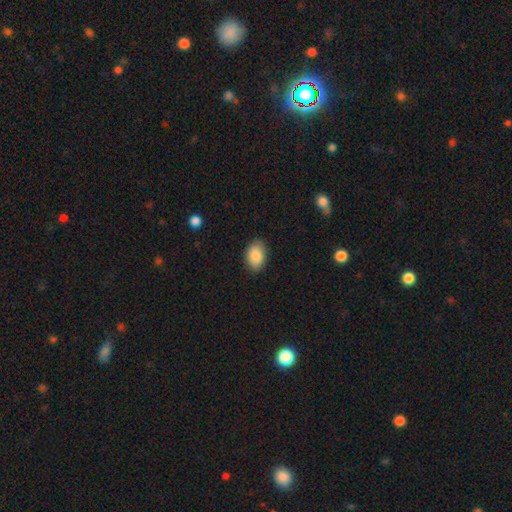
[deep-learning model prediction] smooth-or-featured: smooth: 87% | star or artifact: 7% | featured or disk: 6%
  how-rounded: in between: 88% | round: 11% | cigar-shaped: 1%
  merging: none: 87% | minor disturbance: 10% | major disturbance: 2% | merger: 1%